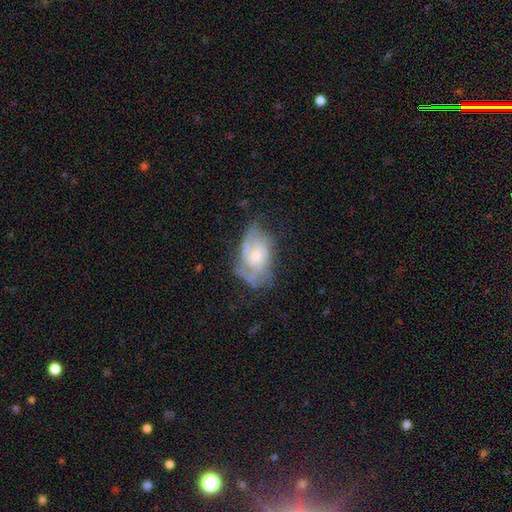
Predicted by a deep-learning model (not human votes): Overall: featured or disk (76%). Edge-on disk: no (96%). Bar: no (69%). Spiral arms: yes (90%). Spiral arm count: 2 (38%; can't tell 29%). Spiral winding: tight (43%; medium 42%). Bulge size: small (50%; moderate 40%). Merging: none (51%; minor disturbance 28%).